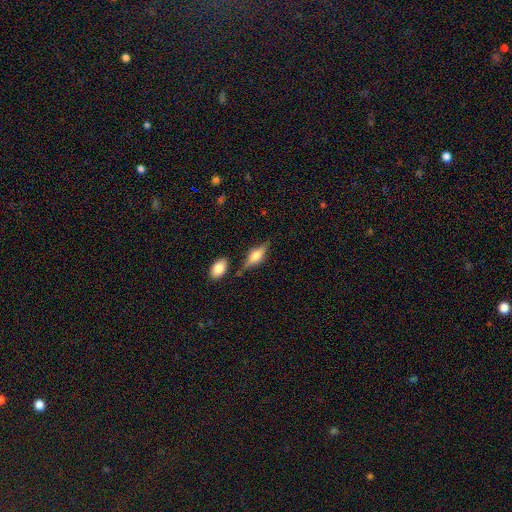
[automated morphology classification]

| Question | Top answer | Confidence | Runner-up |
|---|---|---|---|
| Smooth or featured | featured or disk | 48% | smooth (44%) |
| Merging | none | 74% | minor disturbance (15%) |